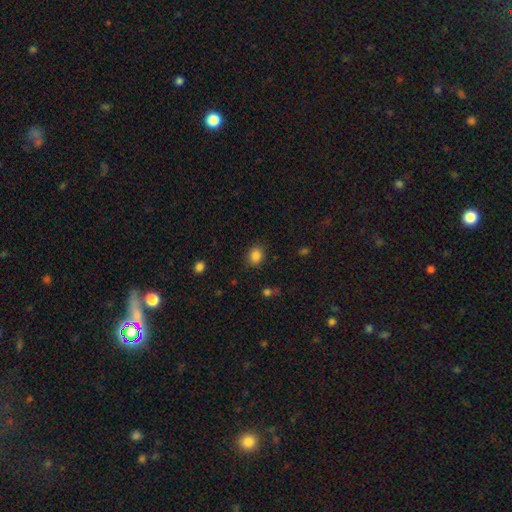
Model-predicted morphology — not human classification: Smooth or featured?
  - smooth: 85% *
  - star or artifact: 11%
  - featured or disk: 4%
How rounded?
  - round: 60% *
  - in between: 39%
  - cigar-shaped: 1%
Merging?
  - none: 85% *
  - minor disturbance: 10%
  - major disturbance: 3%
  - merger: 2%